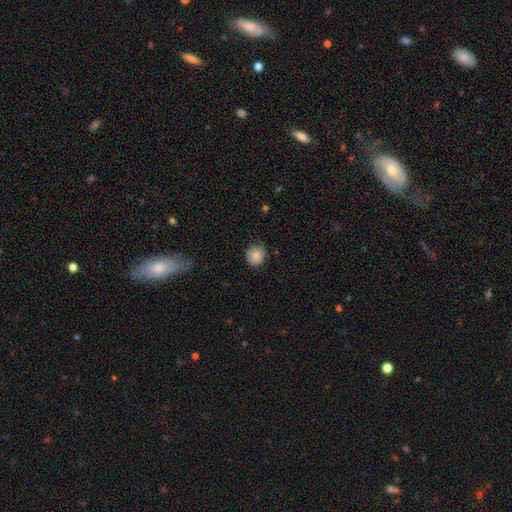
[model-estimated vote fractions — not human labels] Smooth or featured: smooth — 86% (star or artifact — 9%)
How rounded: round — 83% (in between — 16%)
Merging: none — 76% (minor disturbance — 20%)